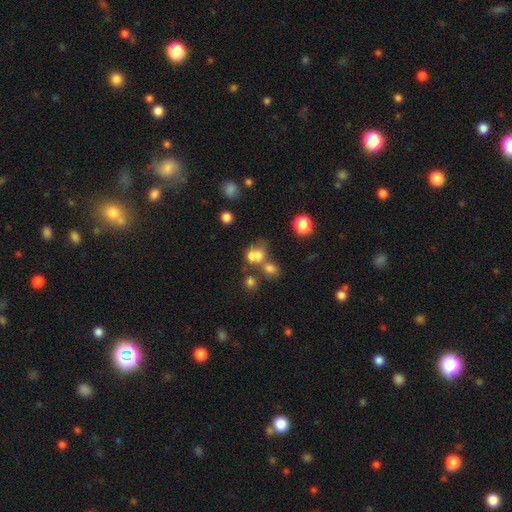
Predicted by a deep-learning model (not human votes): Q: Smooth or featured?
A: smooth (68%); runner-up: star or artifact (16%)
Q: How rounded?
A: round (54%); runner-up: in between (44%)
Q: Merging?
A: merger (50%); runner-up: none (29%)